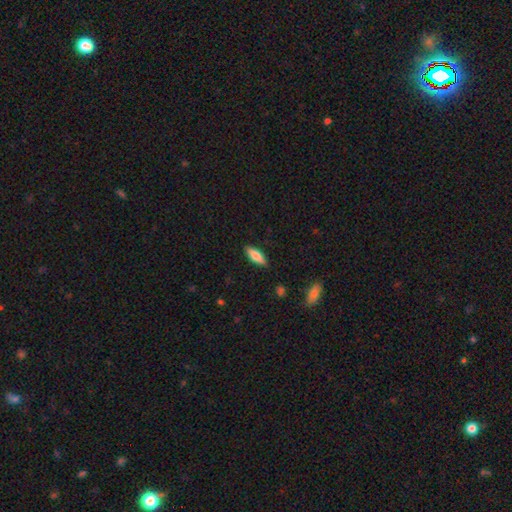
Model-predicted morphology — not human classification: smooth 76%, featured or disk 18%, star or artifact 6%. Down the decision tree: how rounded — in between (61%); merging — none (87%).